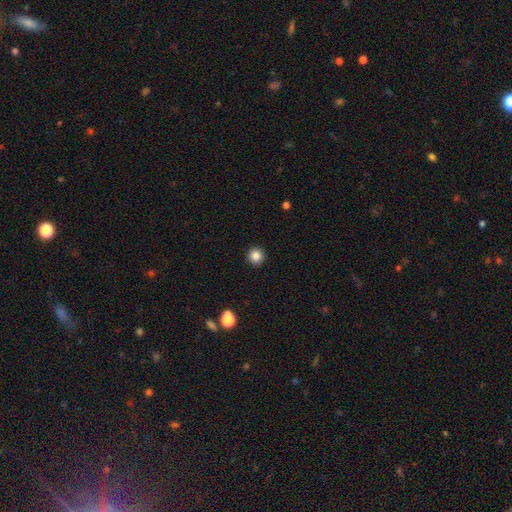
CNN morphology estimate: Q: Smooth or featured?
A: smooth (85%); runner-up: star or artifact (11%)
Q: How rounded?
A: round (93%); runner-up: in between (6%)
Q: Merging?
A: none (93%); runner-up: minor disturbance (5%)